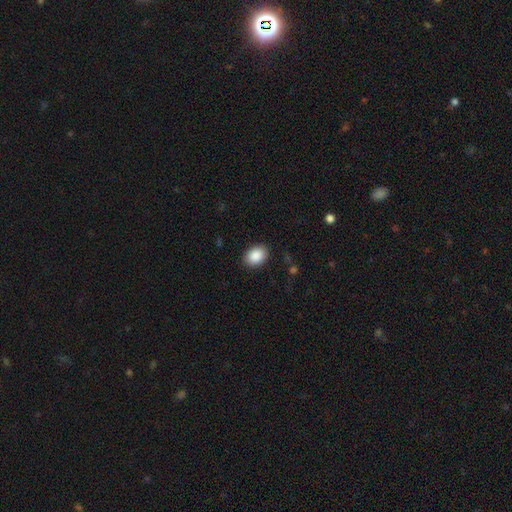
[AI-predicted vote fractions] Q: Smooth or featured?
A: smooth (89%); runner-up: star or artifact (7%)
Q: How rounded?
A: in between (74%); runner-up: round (25%)
Q: Merging?
A: none (88%); runner-up: minor disturbance (9%)